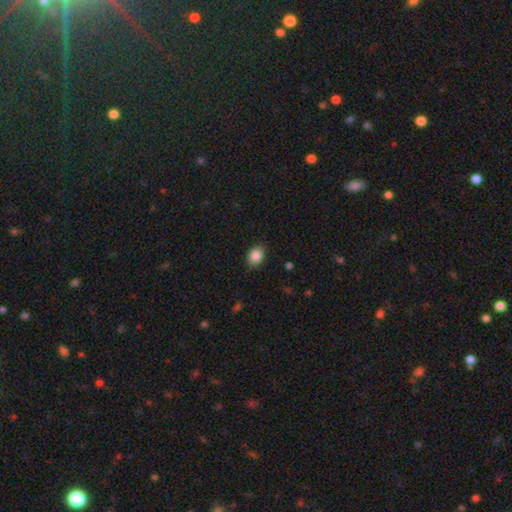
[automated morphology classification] A smooth galaxy with no disk features (87%) that is in between round and cigar-shaped (69%). Merging: none (86%).